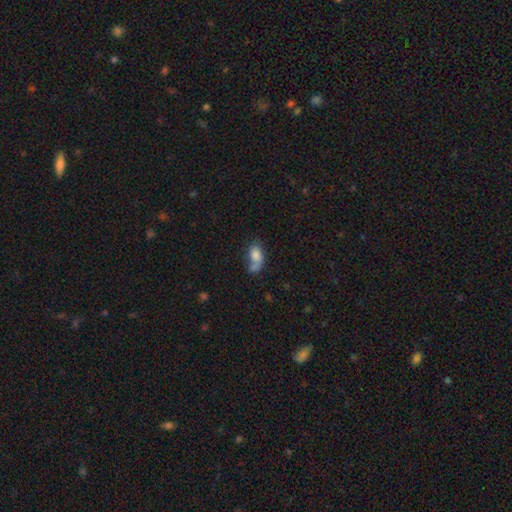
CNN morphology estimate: smooth-or-featured: smooth: 74% | featured or disk: 16% | star or artifact: 10%
  how-rounded: in between: 82% | round: 14% | cigar-shaped: 4%
  merging: merger: 32% | none: 31% | minor disturbance: 20% | major disturbance: 17%